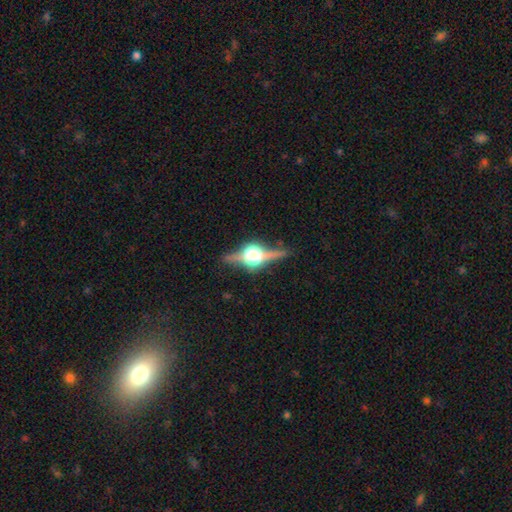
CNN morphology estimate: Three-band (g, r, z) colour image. It shows a featured or disk galaxy (73%) viewed edge-on (94%) with a rounded central bulge (94%). Merging: none (84%).